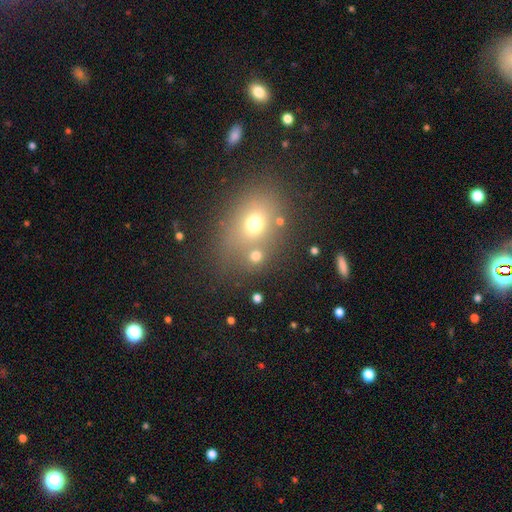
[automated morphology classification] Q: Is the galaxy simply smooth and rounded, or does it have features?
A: smooth — 67%.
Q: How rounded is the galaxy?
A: round — 59%.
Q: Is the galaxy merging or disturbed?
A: none — 59%.